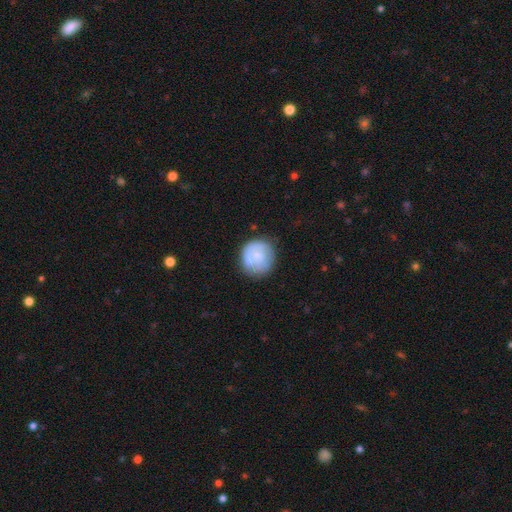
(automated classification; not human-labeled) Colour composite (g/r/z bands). It shows a smooth galaxy with no disk features (52%) that is round (90%). Merging: none (74%).